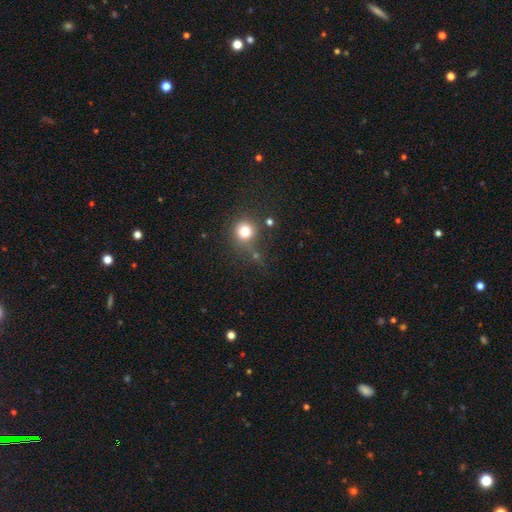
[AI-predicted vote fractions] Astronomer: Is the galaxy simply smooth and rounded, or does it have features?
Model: smooth — 68%.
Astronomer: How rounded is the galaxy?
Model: round — 90%.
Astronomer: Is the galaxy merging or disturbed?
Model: none — 70%.